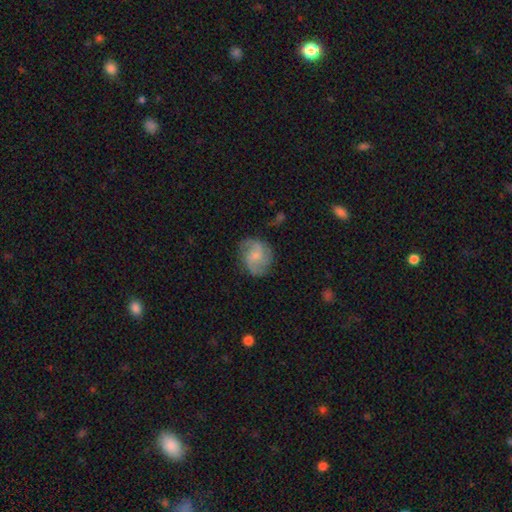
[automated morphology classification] smooth-or-featured: featured or disk: 70% | smooth: 23% | star or artifact: 6%
  disk-edge-on: no: 98% | yes: 2%
    bar: no: 59% | weak: 36% | strong: 5%
    has-spiral-arms: yes: 94% | no: 6%
      spiral-winding: medium: 49% | loose: 30% | tight: 21%
      spiral-arm-count: 2: 61% | 3: 18% | can't tell: 11% | 1: 3% | 4: 3% | more than 4: 3%
    bulge-size: small: 58% | moderate: 28% | none: 11% | large: 2% | dominant: 1%
  merging: none: 74% | minor disturbance: 18% | major disturbance: 7% | merger: 1%